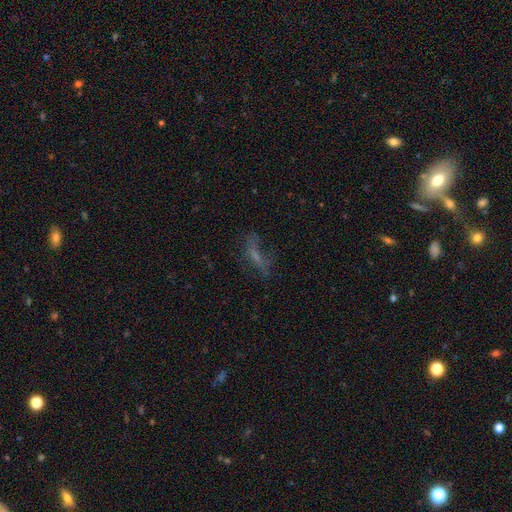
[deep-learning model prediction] This appears to be a smooth galaxy with no disk features (43%). Merging: none (47%).